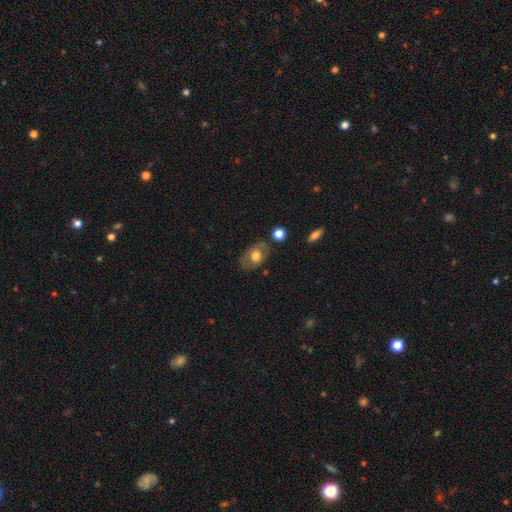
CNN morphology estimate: The model was most divided on "smooth or featured": smooth: 59%, featured or disk: 34%, star or artifact: 7%. More confident: how rounded — in between (81%); merging — none (73%).